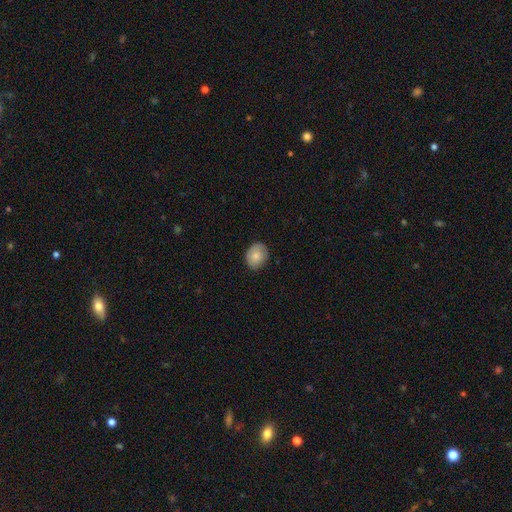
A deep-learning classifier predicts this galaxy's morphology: Smooth or featured? smooth (79%)
How rounded? round (54%)
Merging? none (81%)